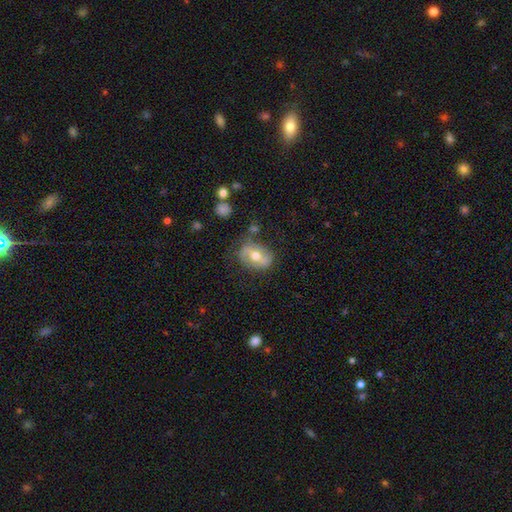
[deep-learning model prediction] Smooth or featured? Predicted: featured or disk (p=0.49). Merging? Predicted: none (p=0.67).